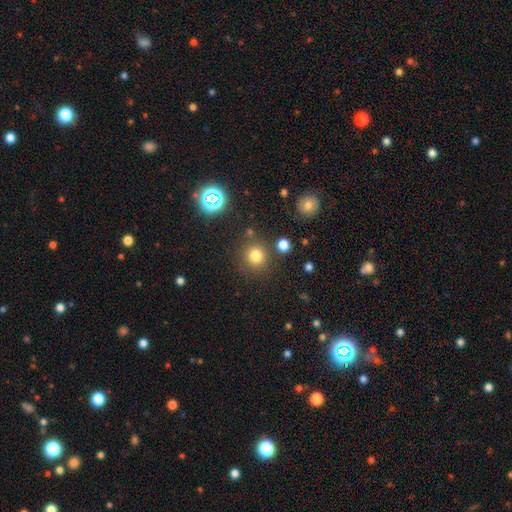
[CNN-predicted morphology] Smooth or featured? smooth (78%)
How rounded? round (92%)
Merging? none (82%)